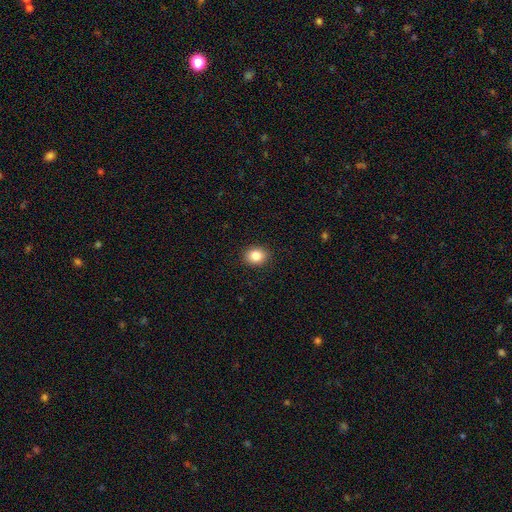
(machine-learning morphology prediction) Q: Smooth or featured?
A: smooth (86%); runner-up: star or artifact (9%)
Q: How rounded?
A: round (53%); runner-up: in between (46%)
Q: Merging?
A: none (89%); runner-up: minor disturbance (8%)